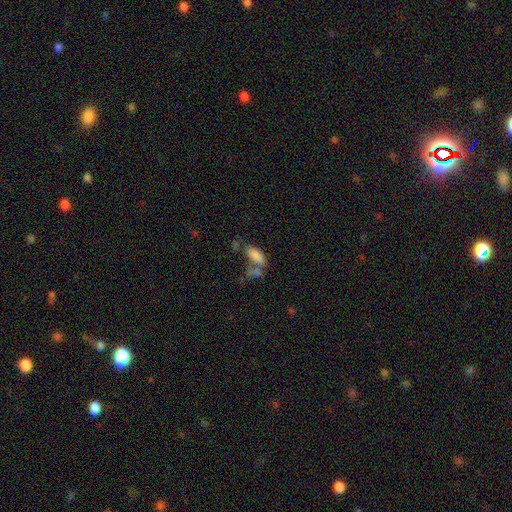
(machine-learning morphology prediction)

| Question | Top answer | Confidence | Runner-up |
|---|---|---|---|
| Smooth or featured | smooth | 81% | star or artifact (10%) |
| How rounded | in between | 81% | cigar-shaped (17%) |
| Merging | merger | 38% | none (37%) |